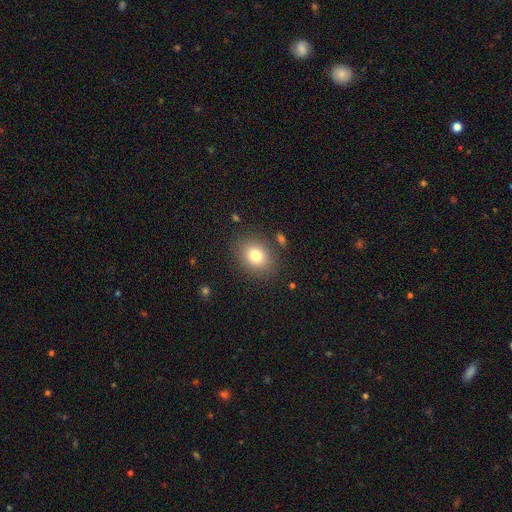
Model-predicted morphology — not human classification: This is likely a smooth galaxy (79%). How rounded: possibly round (58%). Merging: clearly none (84%).